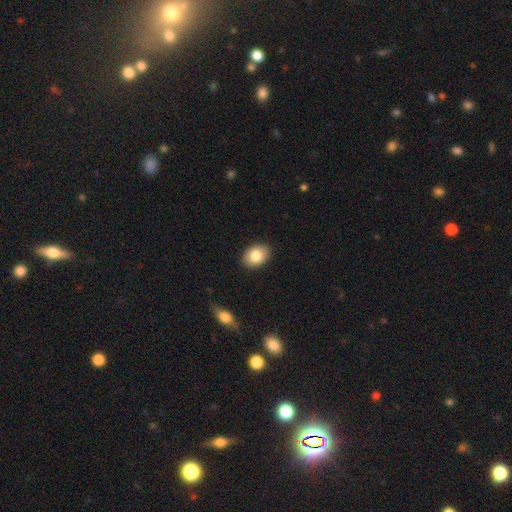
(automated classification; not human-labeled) smooth_or_featured: smooth (p=0.83) [alt: featured or disk p=0.10]
how_rounded: in between (p=0.78) [alt: round p=0.21]
merging: none (p=0.89) [alt: minor disturbance p=0.08]